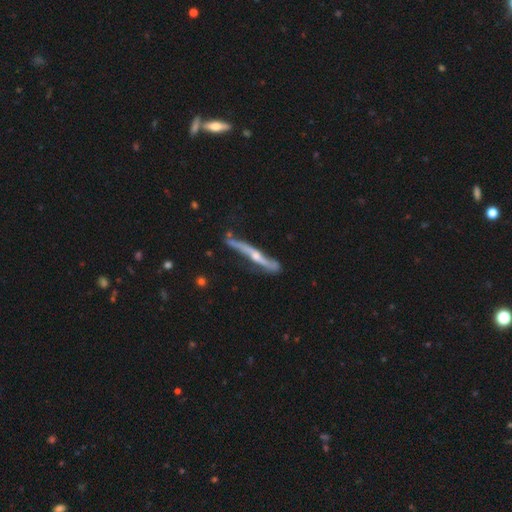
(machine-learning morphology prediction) A featured or disk galaxy (77%) viewed edge-on (87%) with a rounded central bulge (75%). Merging: none (62%).